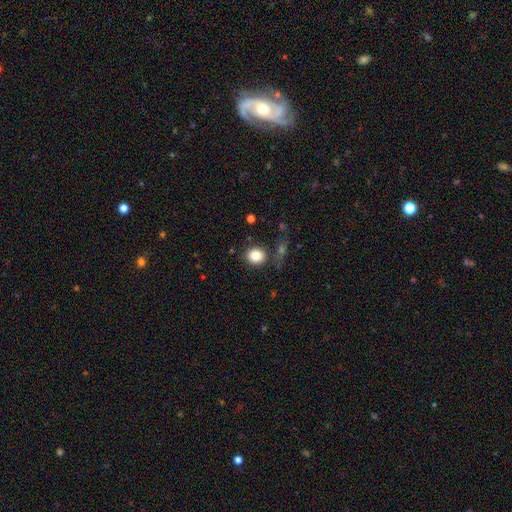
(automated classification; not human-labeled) Smooth or featured? Predicted: smooth (p=0.85). How rounded? Predicted: round (p=0.81). Merging? Predicted: none (p=0.79).